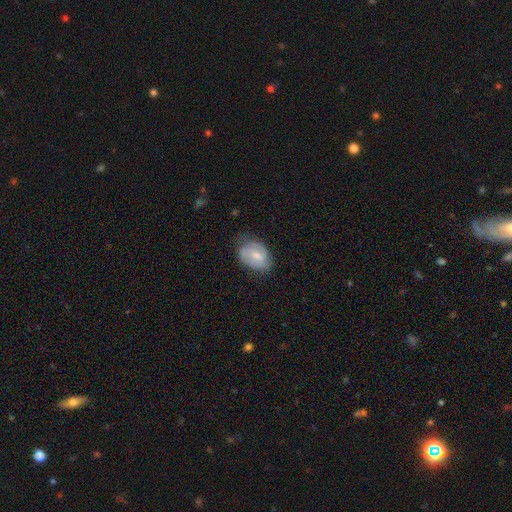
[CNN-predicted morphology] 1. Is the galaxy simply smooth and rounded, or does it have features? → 56% smooth, 37% featured or disk, 7% star or artifact.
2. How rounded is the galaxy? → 78% in between, 21% round, 1% cigar-shaped.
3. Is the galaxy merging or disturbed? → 58% none, 31% minor disturbance, 9% major disturbance, 1% merger.